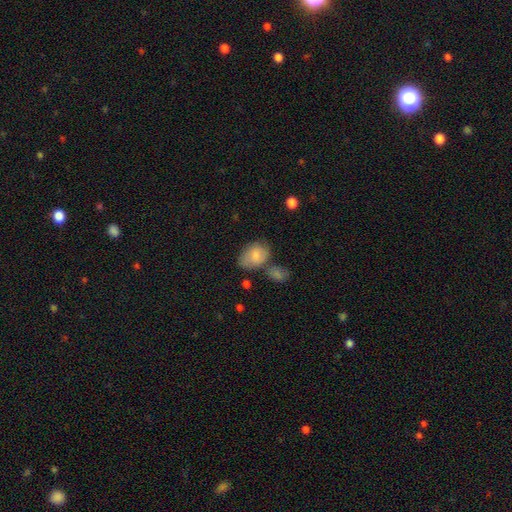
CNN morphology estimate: smooth-or-featured: smooth: 76% | featured or disk: 17% | star or artifact: 7%
  how-rounded: in between: 81% | round: 18% | cigar-shaped: 1%
  merging: none: 51% | minor disturbance: 23% | merger: 18% | major disturbance: 8%